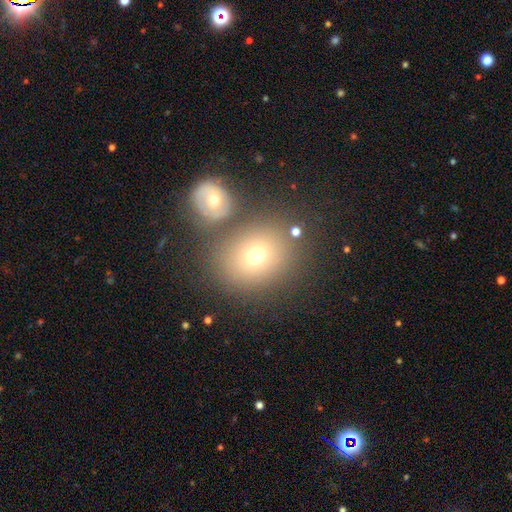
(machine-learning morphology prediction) A smooth galaxy with no disk features (71%) that is round (61%). Merging: none (71%).